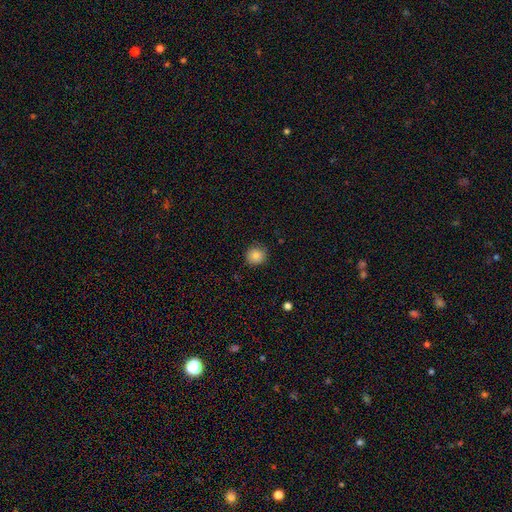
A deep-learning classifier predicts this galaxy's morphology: Smooth or featured?
  - smooth: 85% *
  - star or artifact: 9%
  - featured or disk: 6%
How rounded?
  - round: 89% *
  - in between: 10%
  - cigar-shaped: 1%
Merging?
  - none: 85% *
  - minor disturbance: 12%
  - major disturbance: 3%
  - merger: 1%